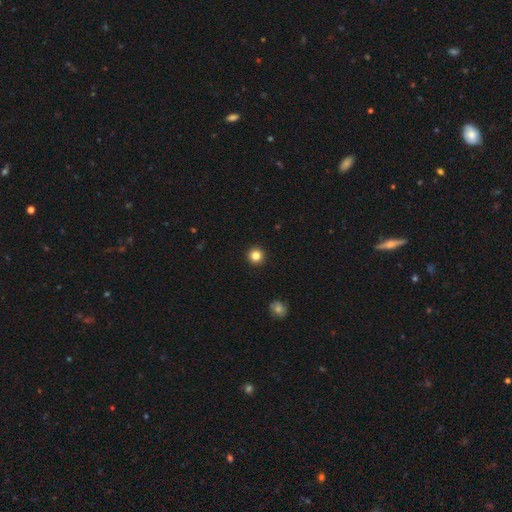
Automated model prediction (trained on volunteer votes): This appears to be a smooth galaxy with no disk features (83%) that is round (96%). Merging: none (94%).